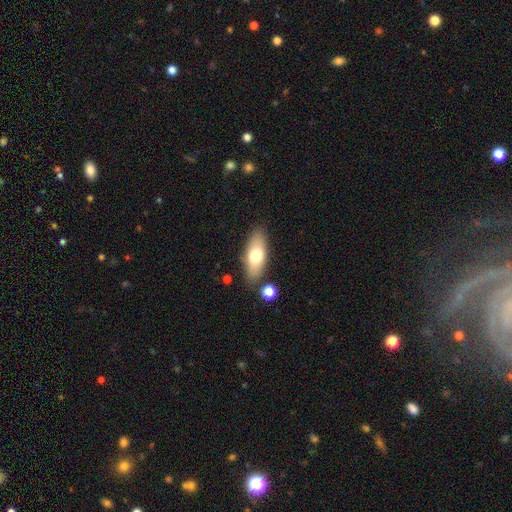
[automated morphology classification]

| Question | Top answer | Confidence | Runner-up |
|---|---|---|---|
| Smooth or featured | smooth | 69% | featured or disk (24%) |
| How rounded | in between | 76% | cigar-shaped (21%) |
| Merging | none | 81% | minor disturbance (12%) |